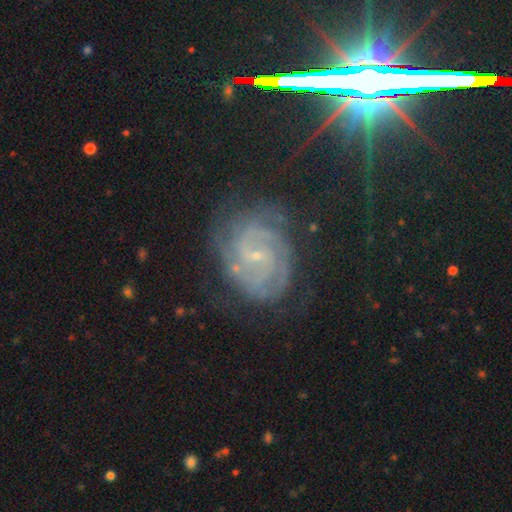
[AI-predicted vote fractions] This is clearly a featured or disk galaxy (82%). It is clearly not viewed edge-on (97%). Bar: possibly no (49%). Spiral arm pattern: clearly yes (97%). Spiral arm count: marginally 2 (38%). Spiral winding: likely tight (64%). Central bulge: clearly small (84%). Merging: likely none (76%).